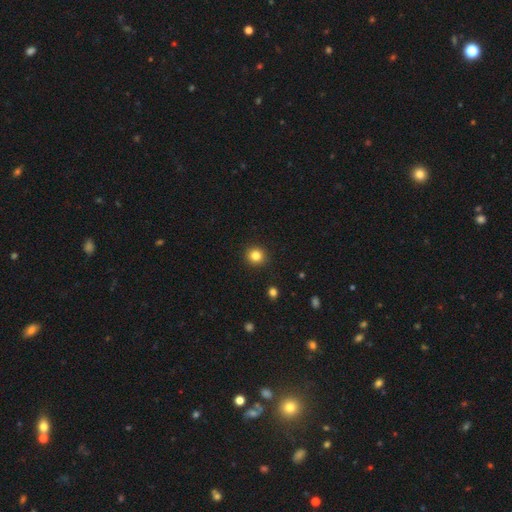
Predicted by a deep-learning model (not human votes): Smooth or featured: smooth — 83% (star or artifact — 12%)
How rounded: round — 93% (in between — 7%)
Merging: none — 92% (minor disturbance — 5%)